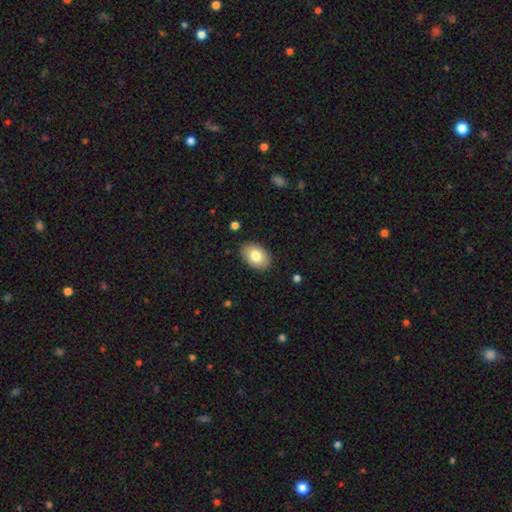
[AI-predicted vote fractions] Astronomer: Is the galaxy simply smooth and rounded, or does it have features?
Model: smooth — 80%.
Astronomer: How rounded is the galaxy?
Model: in between — 85%.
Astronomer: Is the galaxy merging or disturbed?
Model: none — 87%.